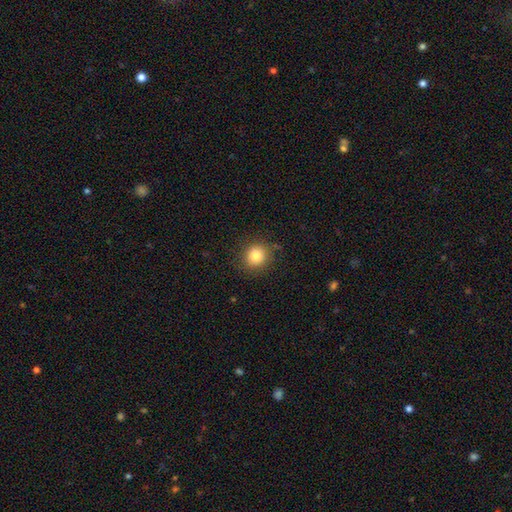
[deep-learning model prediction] Q: Smooth or featured?
A: smooth (81%); runner-up: star or artifact (11%)
Q: How rounded?
A: round (88%); runner-up: in between (11%)
Q: Merging?
A: none (87%); runner-up: minor disturbance (9%)